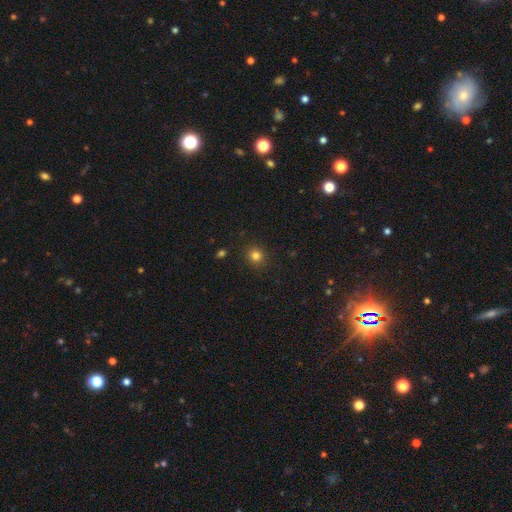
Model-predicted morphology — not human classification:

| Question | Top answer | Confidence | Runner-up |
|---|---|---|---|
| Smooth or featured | smooth | 81% | star or artifact (14%) |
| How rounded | round | 87% | in between (12%) |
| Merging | none | 90% | minor disturbance (6%) |